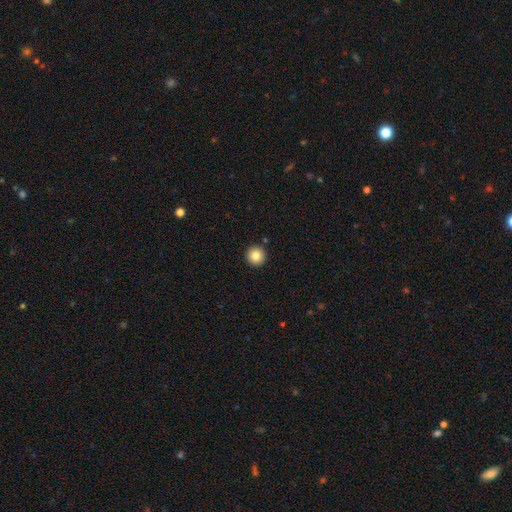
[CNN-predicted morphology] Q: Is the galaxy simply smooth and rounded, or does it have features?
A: smooth — 84%.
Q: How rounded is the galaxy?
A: round — 96%.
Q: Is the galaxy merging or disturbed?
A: none — 92%.